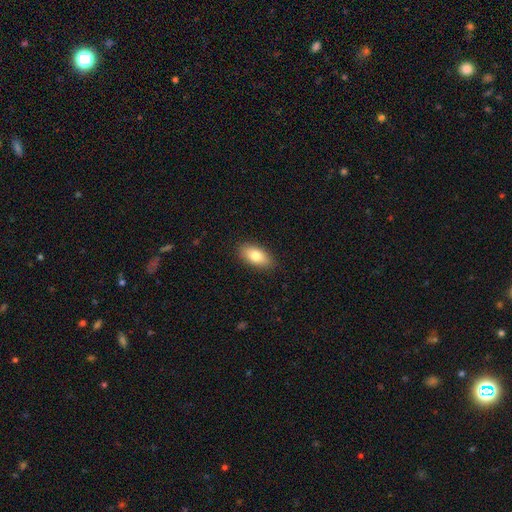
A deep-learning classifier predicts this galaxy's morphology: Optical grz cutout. It shows a smooth galaxy with no disk features (81%) that is in between round and cigar-shaped (90%). Merging: none (88%).